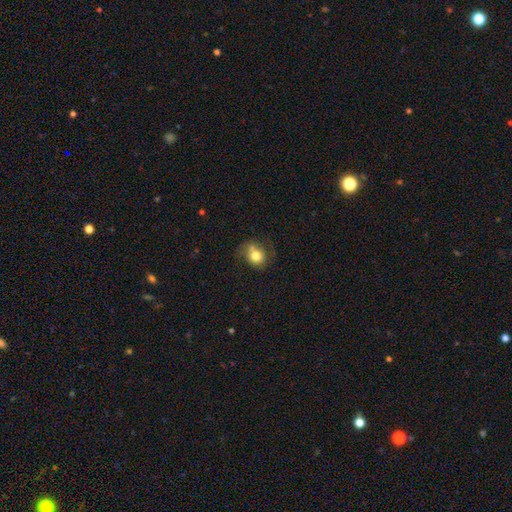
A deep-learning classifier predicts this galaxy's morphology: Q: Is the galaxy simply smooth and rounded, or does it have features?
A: smooth — 77%.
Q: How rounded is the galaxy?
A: round — 67%.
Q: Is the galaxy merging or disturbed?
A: none — 52%.